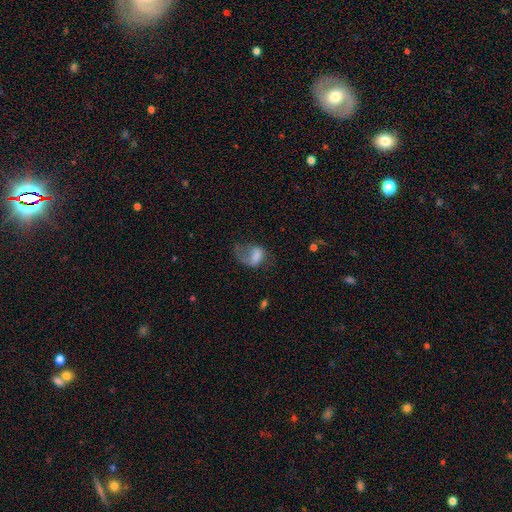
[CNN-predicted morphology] Smooth or featured? Predicted: smooth (p=0.53). How rounded? Predicted: in between (p=0.76). Merging? Predicted: major disturbance (p=0.55).